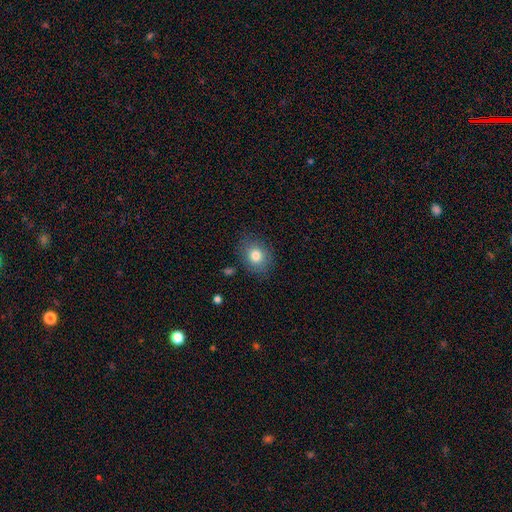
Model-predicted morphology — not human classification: A smooth galaxy with no disk features (80%) that is round (59%). Merging: none (82%).